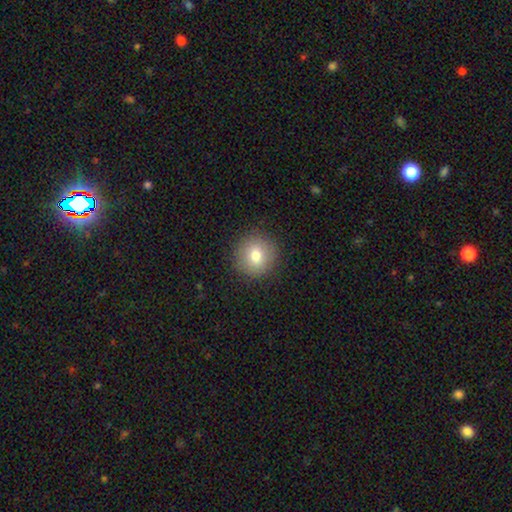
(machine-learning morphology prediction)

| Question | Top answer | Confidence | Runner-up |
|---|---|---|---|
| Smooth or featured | smooth | 78% | featured or disk (12%) |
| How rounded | round | 93% | in between (6%) |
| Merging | none | 90% | minor disturbance (7%) |